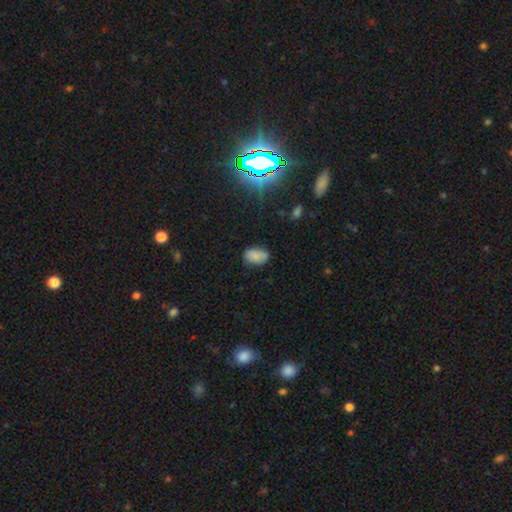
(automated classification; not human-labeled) This appears to be a smooth galaxy with no disk features (83%) that is in between round and cigar-shaped (89%). Merging: none (71%).